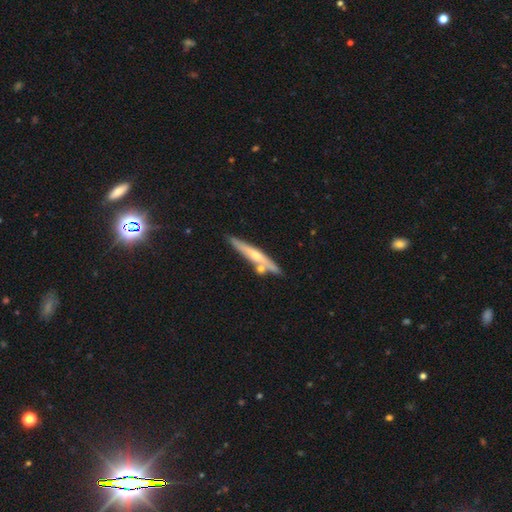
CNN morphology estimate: Q: Smooth or featured?
A: featured or disk (56%); runner-up: smooth (38%)
Q: Edge-on disk?
A: yes (94%); runner-up: no (6%)
Q: Edge-on bulge?
A: rounded (66%); runner-up: none (28%)
Q: Merging?
A: none (74%); runner-up: merger (12%)